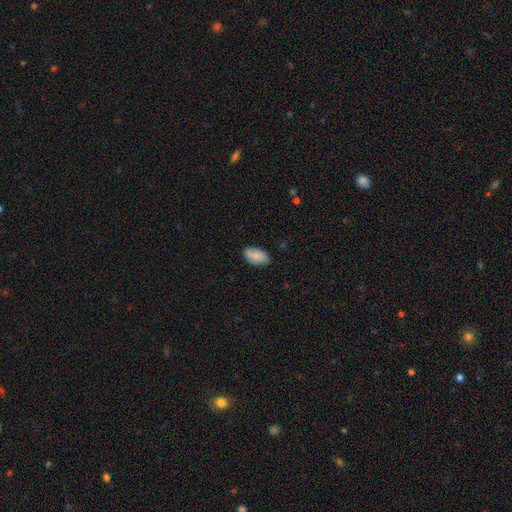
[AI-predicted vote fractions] Smooth or featured?
  - smooth: 75% *
  - featured or disk: 18%
  - star or artifact: 7%
How rounded?
  - in between: 93% *
  - round: 5%
  - cigar-shaped: 2%
Merging?
  - none: 79% *
  - minor disturbance: 17%
  - major disturbance: 3%
  - merger: 1%